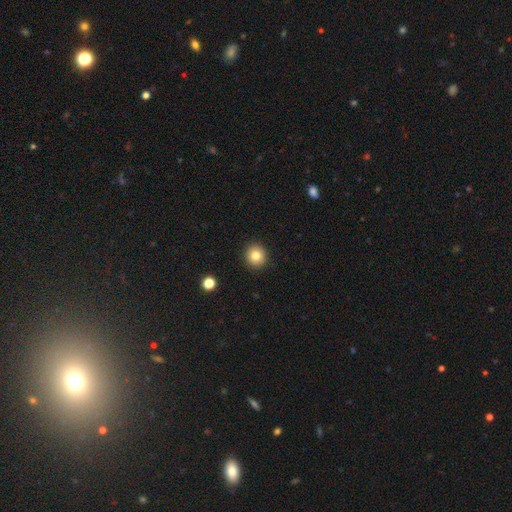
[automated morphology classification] Smooth or featured? smooth (81%)
How rounded? round (92%)
Merging? none (92%)